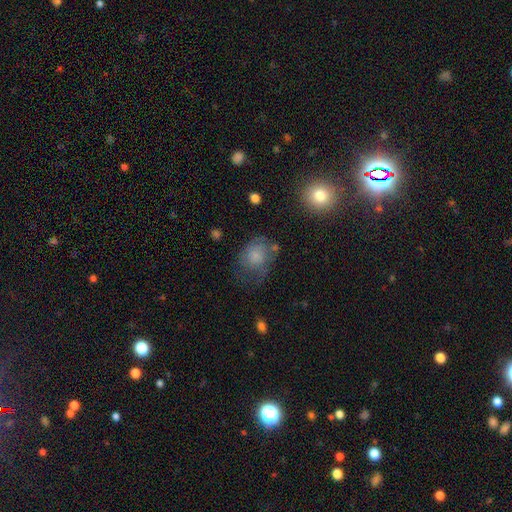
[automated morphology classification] Smooth or featured?
  - smooth: 69% *
  - featured or disk: 20%
  - star or artifact: 11%
How rounded?
  - round: 51% *
  - in between: 47%
  - cigar-shaped: 1%
Merging?
  - none: 42% *
  - minor disturbance: 28%
  - major disturbance: 25%
  - merger: 5%